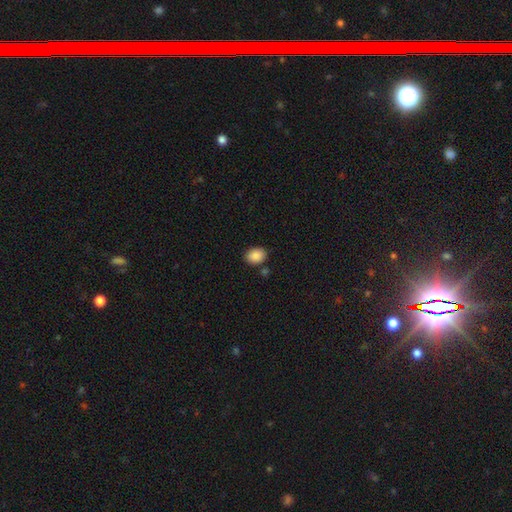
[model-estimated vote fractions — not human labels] Smooth or featured? smooth (88%)
How rounded? in between (60%)
Merging? none (82%)